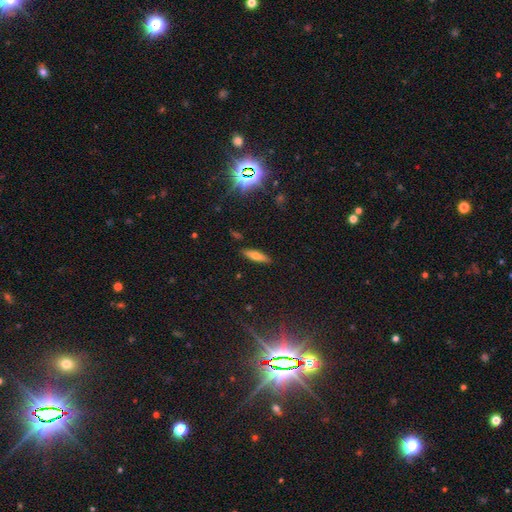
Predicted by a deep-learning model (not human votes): smooth-or-featured: smooth: 57% | featured or disk: 32% | star or artifact: 11%
  how-rounded: cigar-shaped: 63% | in between: 35% | round: 3%
  merging: none: 88% | minor disturbance: 8% | major disturbance: 2% | merger: 1%